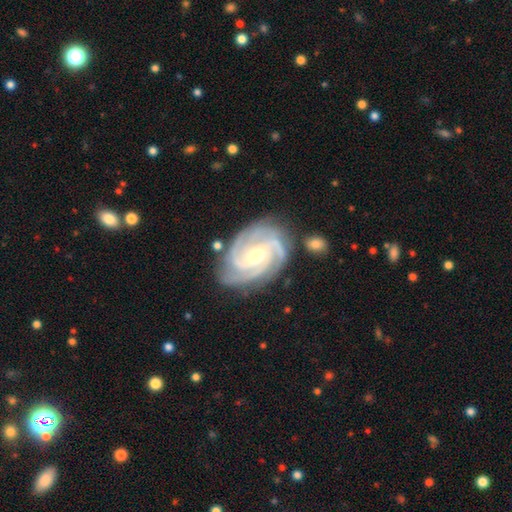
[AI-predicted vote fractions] A featured or disk galaxy (92%) with a weak bar (45%), 3 (42%) tight (68%) spiral arms (99%) and a moderate central bulge (48%, tied with small). Merging: none (78%).